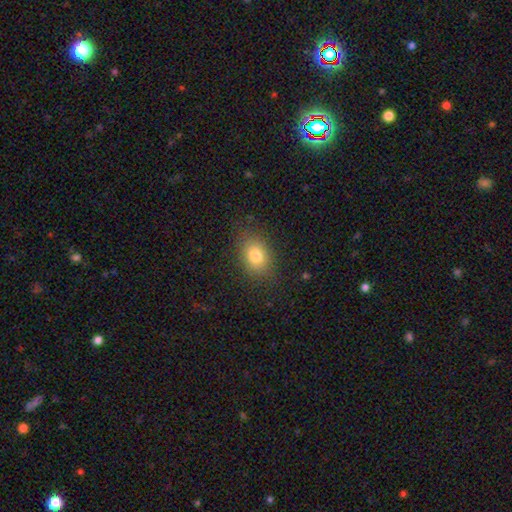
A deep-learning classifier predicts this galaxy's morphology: Overall: smooth (80%). How rounded: in between (68%; round 31%). Merging: none (82%).